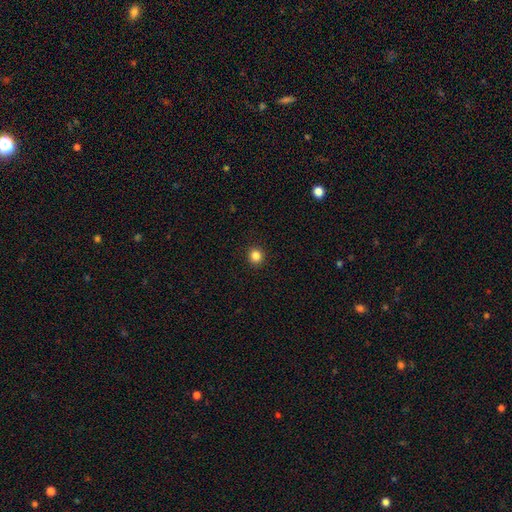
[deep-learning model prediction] Morphology: type=smooth (85%); roundness=round (92%); merging=none (93%).